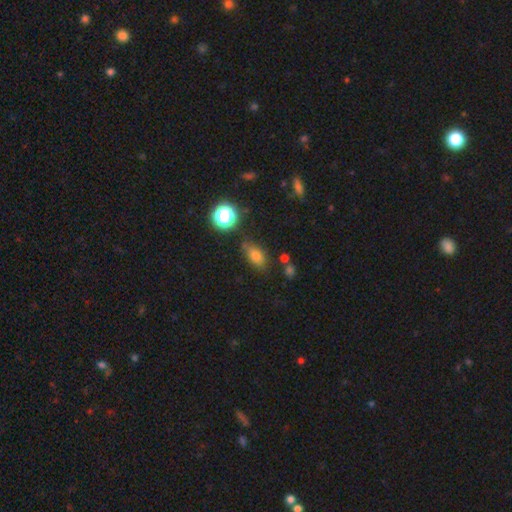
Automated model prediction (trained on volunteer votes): Smooth or featured? Predicted: smooth (p=0.71). How rounded? Predicted: in between (p=0.77). Merging? Predicted: none (p=0.69).